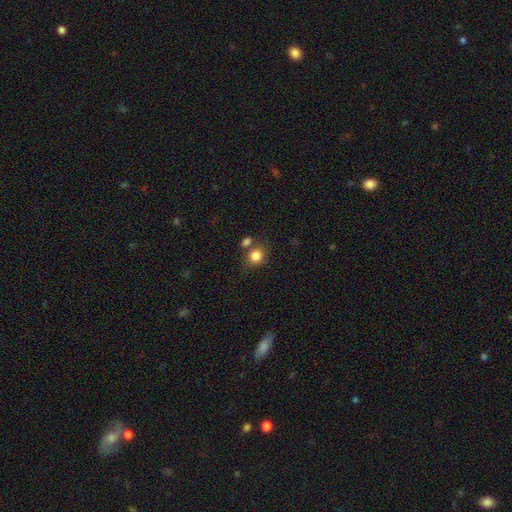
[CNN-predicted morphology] Smooth or featured?
  - smooth: 83% *
  - star or artifact: 11%
  - featured or disk: 6%
How rounded?
  - round: 75% *
  - in between: 24%
  - cigar-shaped: 1%
Merging?
  - none: 60% *
  - merger: 21%
  - minor disturbance: 14%
  - major disturbance: 5%